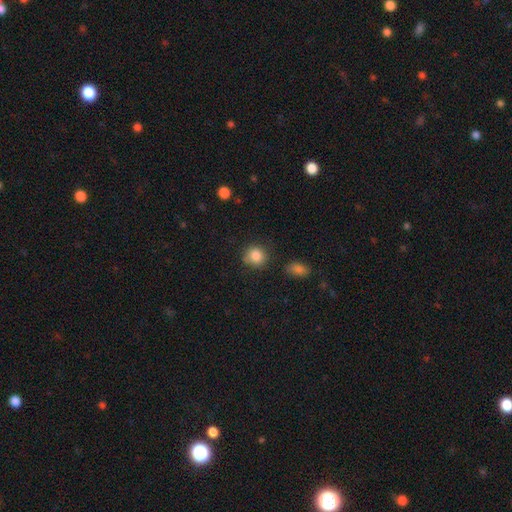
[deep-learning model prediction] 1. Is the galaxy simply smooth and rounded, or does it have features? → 86% smooth, 9% star or artifact, 5% featured or disk.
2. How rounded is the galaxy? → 85% round, 14% in between, 1% cigar-shaped.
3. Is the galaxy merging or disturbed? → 76% none, 16% minor disturbance, 4% major disturbance, 4% merger.